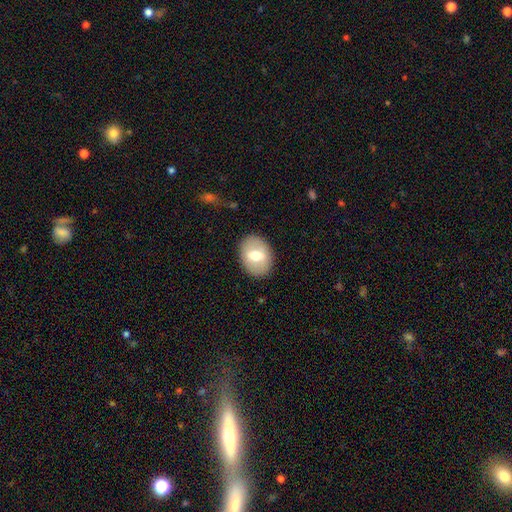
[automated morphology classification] Smooth or featured: smooth — 58% (featured or disk — 35%)
How rounded: in between — 64% (round — 34%)
Merging: none — 86% (minor disturbance — 9%)